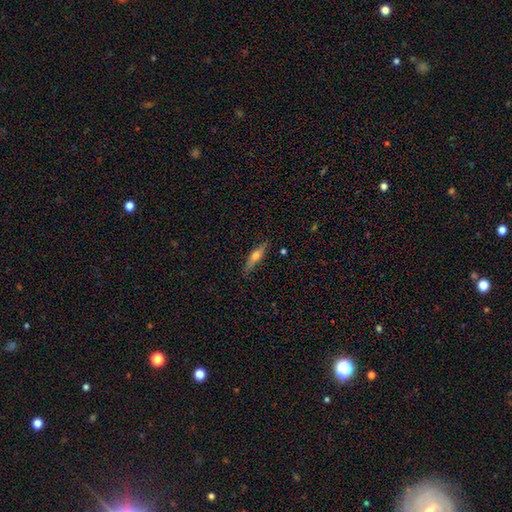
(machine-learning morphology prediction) Smooth or featured? Predicted: smooth (p=0.47, tied with featured or disk). Merging? Predicted: none (p=0.83).